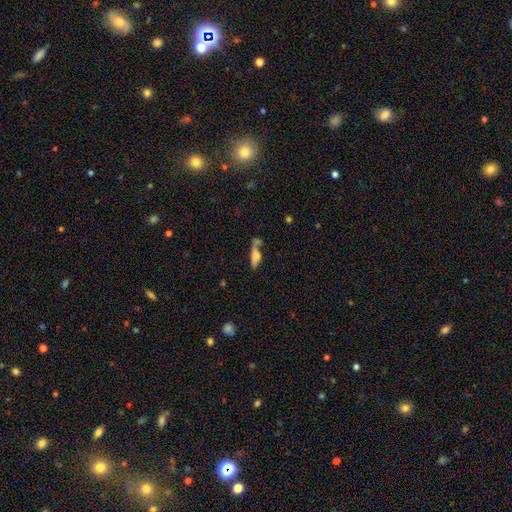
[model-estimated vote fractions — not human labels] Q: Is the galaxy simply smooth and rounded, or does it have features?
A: smooth — 60%.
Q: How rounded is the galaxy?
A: cigar-shaped — 59%.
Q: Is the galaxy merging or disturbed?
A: none — 43%.